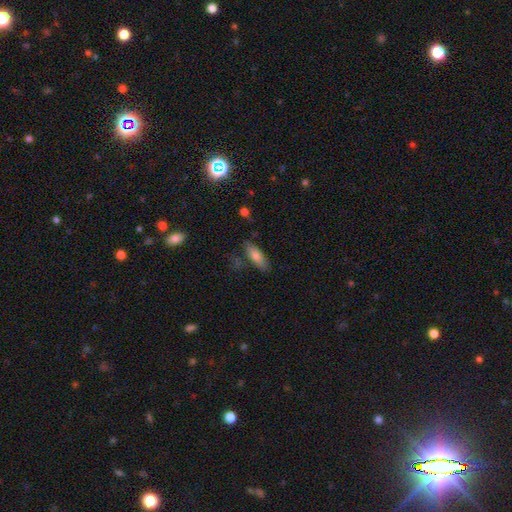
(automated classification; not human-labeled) This appears to be a smooth galaxy with no disk features (75%) that is in between round and cigar-shaped (65%). Merging: none (75%).